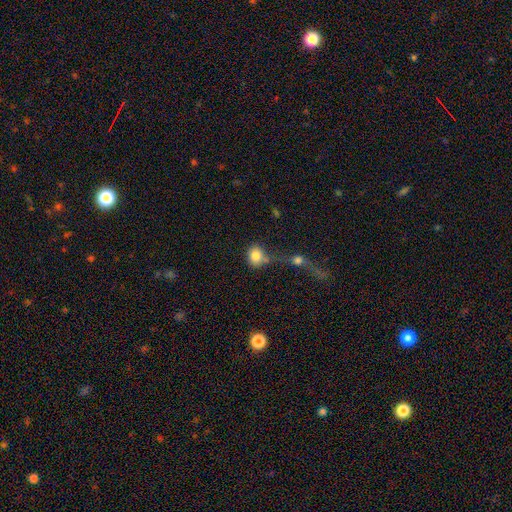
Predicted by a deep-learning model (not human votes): smooth 80%, featured or disk 10%, star or artifact 9%. Down the decision tree: how rounded — round (66%); merging — merger (43%).